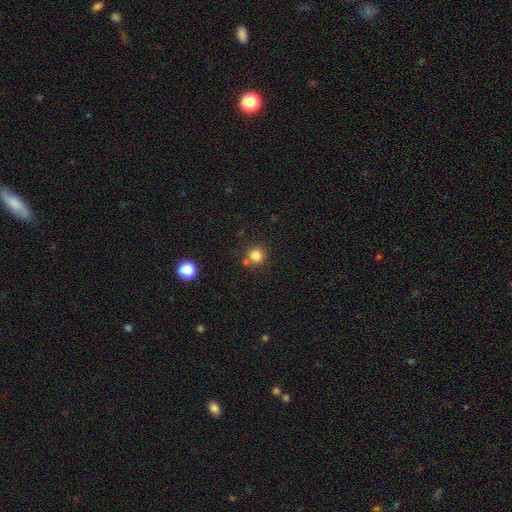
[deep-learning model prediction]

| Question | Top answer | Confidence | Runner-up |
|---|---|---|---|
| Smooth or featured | smooth | 82% | star or artifact (13%) |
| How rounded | round | 93% | in between (6%) |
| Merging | none | 75% | merger (14%) |